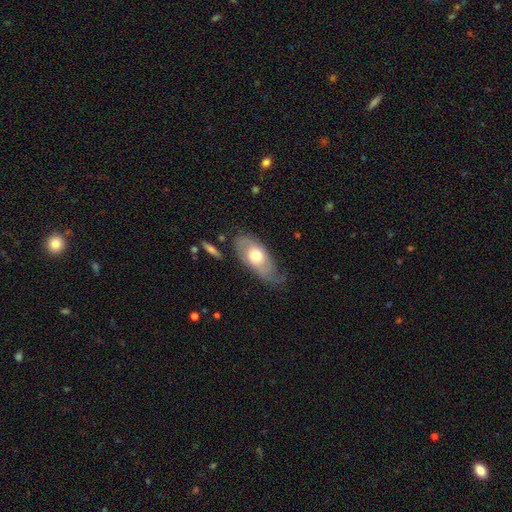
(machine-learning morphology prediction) Smooth or featured? featured or disk (51%)
Edge-on disk? no (84%)
Merging? none (47%)